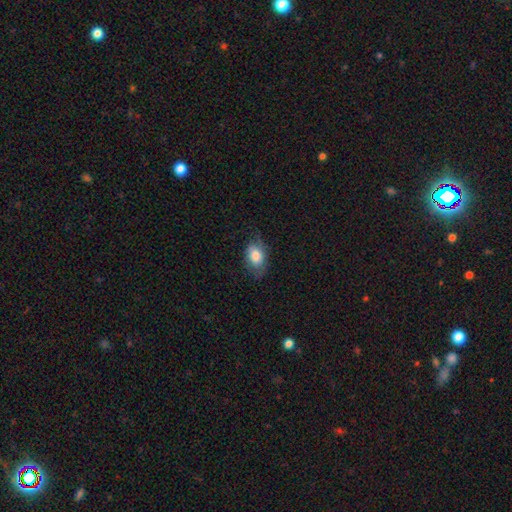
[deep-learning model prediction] smooth_or_featured: smooth (p=0.75) [alt: featured or disk p=0.18]
how_rounded: in between (p=0.87) [alt: round p=0.11]
merging: none (p=0.61) [alt: minor disturbance p=0.28]